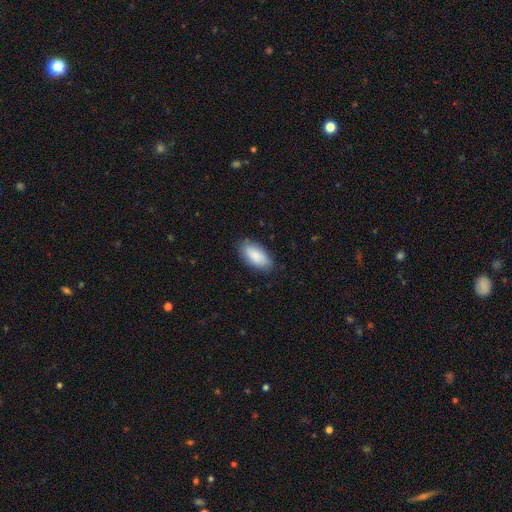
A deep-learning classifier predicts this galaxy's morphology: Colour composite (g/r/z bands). It shows a smooth galaxy with no disk features (87%) that is in between round and cigar-shaped (91%). Merging: none (84%).